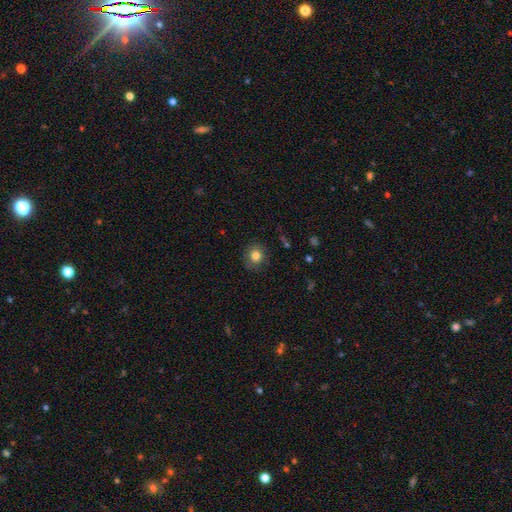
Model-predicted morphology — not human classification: This is clearly a smooth galaxy (81%). How rounded: clearly round (80%). Merging: clearly none (86%).